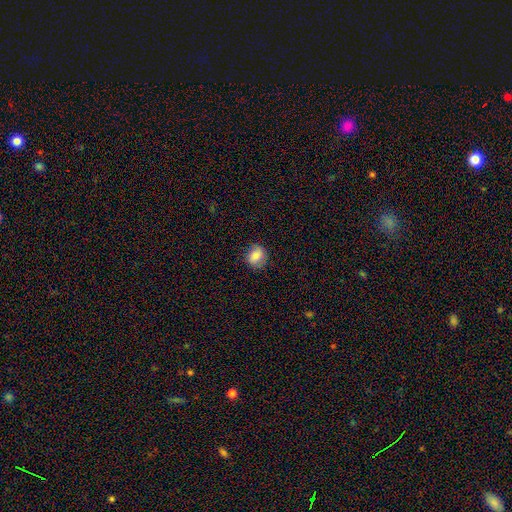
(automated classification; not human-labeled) Morphology: type=smooth (77%); roundness=round (71%); merging=none (81%).